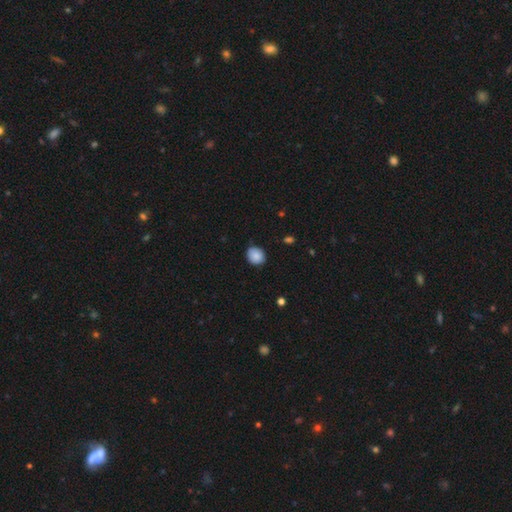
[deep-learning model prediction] This appears to be a smooth galaxy with no disk features (87%) that is round (71%). Merging: none (80%).